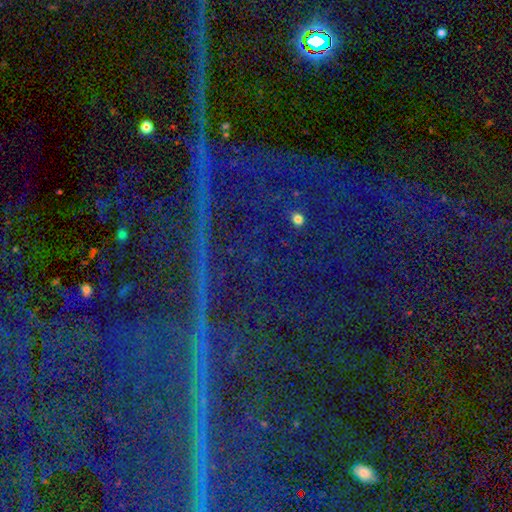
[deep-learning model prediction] Smooth or featured: star or artifact — 87% (featured or disk — 8%)